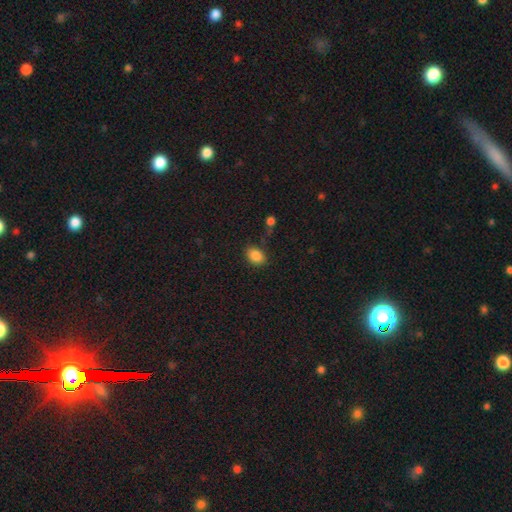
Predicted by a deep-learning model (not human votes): Smooth or featured? Predicted: smooth (p=0.86). How rounded? Predicted: in between (p=0.75). Merging? Predicted: none (p=0.82).